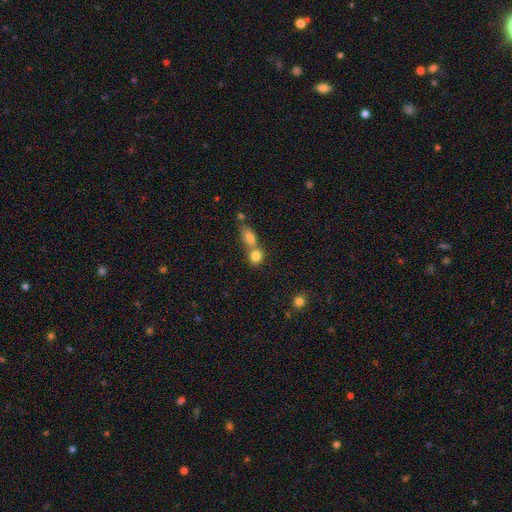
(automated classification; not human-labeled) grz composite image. It shows a smooth galaxy with no disk features (82%) that is round (64%). Merging: merger (53%).